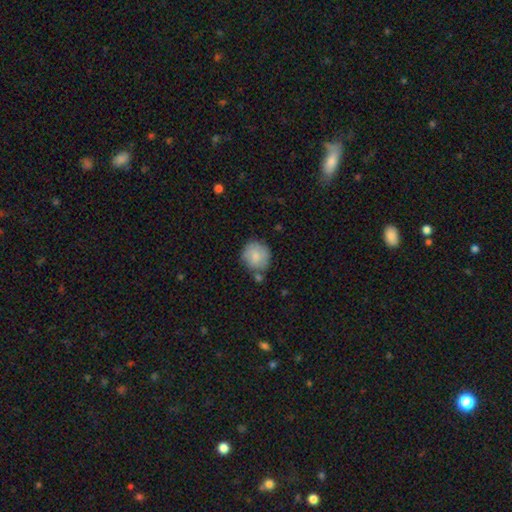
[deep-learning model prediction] This appears to be a smooth galaxy with no disk features (79%) that is round (86%). Merging: none (64%).